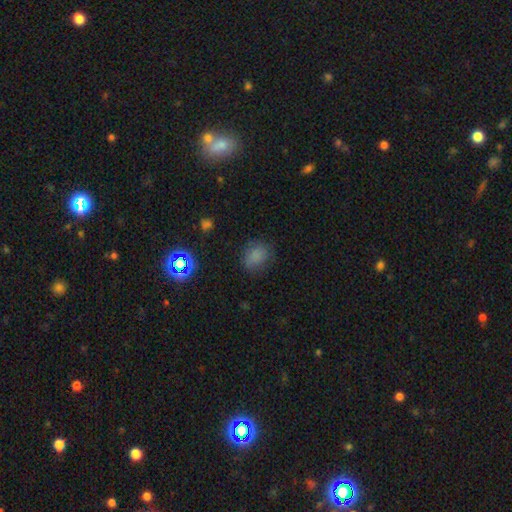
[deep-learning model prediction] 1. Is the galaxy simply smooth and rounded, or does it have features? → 77% smooth, 16% star or artifact, 7% featured or disk.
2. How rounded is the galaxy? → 50% round, 49% in between, 1% cigar-shaped.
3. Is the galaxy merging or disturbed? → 74% none, 19% minor disturbance, 6% major disturbance, 1% merger.